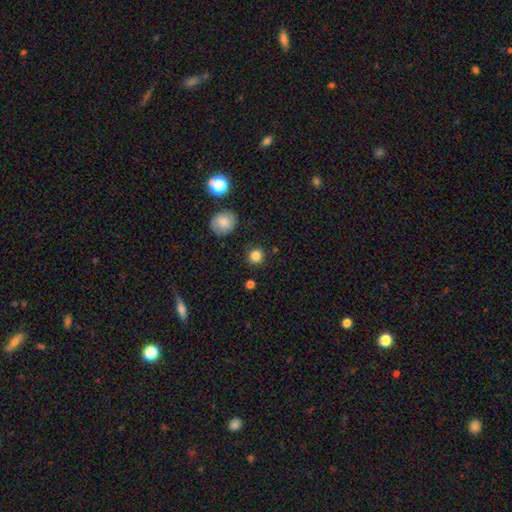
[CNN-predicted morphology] This is clearly a smooth galaxy (84%). How rounded: clearly round (92%). Merging: clearly none (89%).